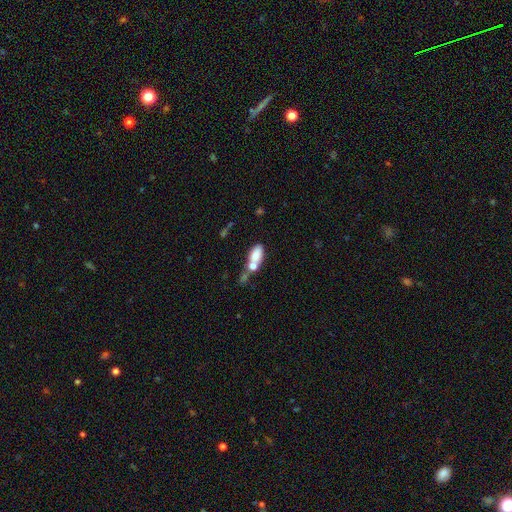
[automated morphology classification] Smooth or featured? smooth (72%)
How rounded? in between (77%)
Merging? merger (48%)